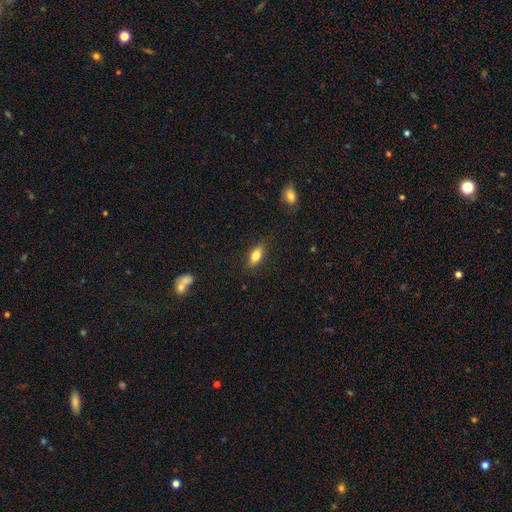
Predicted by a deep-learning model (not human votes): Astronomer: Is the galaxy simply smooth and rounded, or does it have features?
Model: smooth — 78%.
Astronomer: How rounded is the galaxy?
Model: in between — 83%.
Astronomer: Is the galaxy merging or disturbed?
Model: none — 85%.